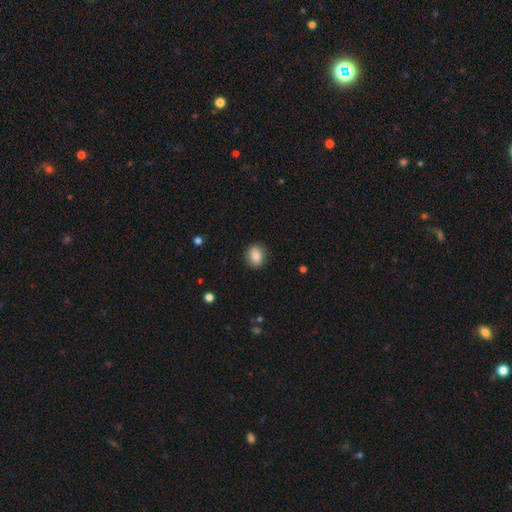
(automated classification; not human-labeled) A smooth galaxy with no disk features (83%) that is round (51%).

Vote fractions:
- Smooth or featured? smooth: 83% / star or artifact: 8% / featured or disk: 8%
- How rounded? round: 51% / in between: 47% / cigar-shaped: 1%
- Merging? none: 87% / minor disturbance: 9% / major disturbance: 2% / merger: 1%